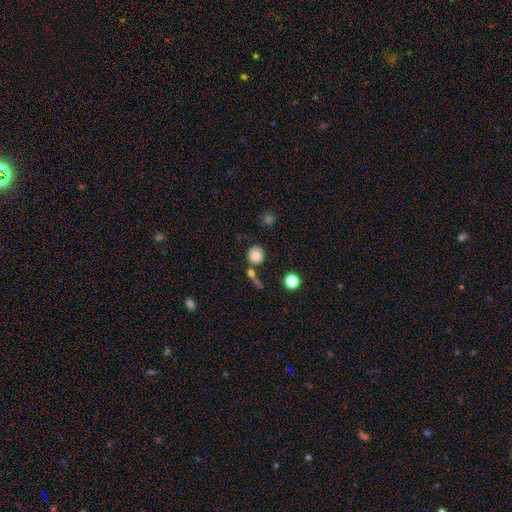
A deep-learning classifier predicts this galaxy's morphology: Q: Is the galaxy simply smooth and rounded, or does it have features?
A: smooth — 82%.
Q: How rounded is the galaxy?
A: round — 89%.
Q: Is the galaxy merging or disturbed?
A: none — 69%.